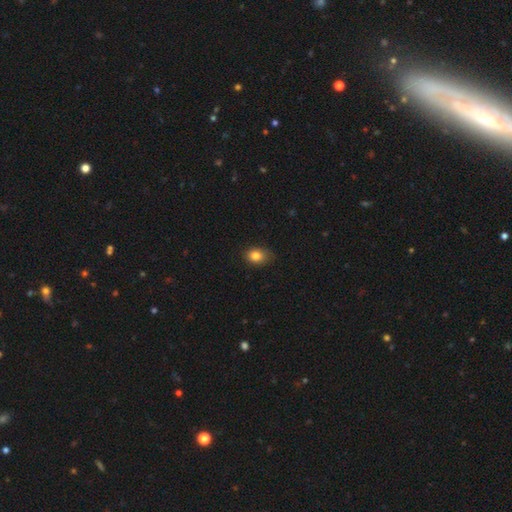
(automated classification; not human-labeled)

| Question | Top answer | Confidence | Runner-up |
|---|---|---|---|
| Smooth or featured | smooth | 83% | star or artifact (10%) |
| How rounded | in between | 64% | round (35%) |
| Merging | none | 78% | minor disturbance (18%) |